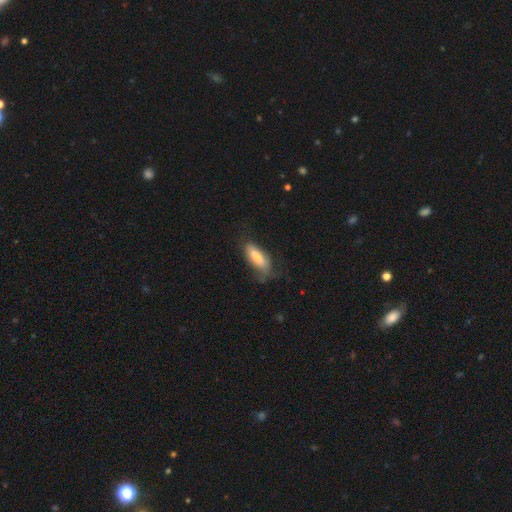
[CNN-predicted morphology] A smooth galaxy with no disk features (68%) that is in between round and cigar-shaped (62%). Merging: none (57%).